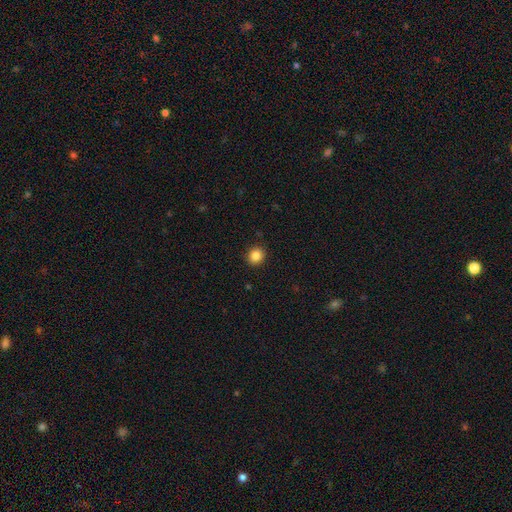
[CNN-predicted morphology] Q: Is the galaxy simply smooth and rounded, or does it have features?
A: smooth — 86%.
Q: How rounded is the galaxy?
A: round — 80%.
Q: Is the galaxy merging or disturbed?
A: none — 91%.